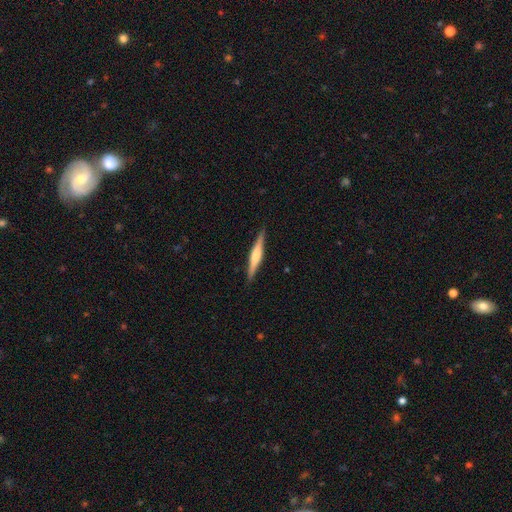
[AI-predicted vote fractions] A featured or disk galaxy (63%) viewed edge-on (98%) with a rounded central bulge (73%). Merging: none (90%).